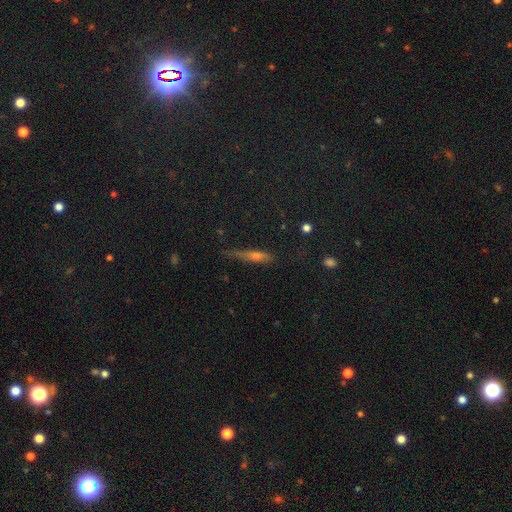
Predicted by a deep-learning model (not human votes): This is marginally a smooth galaxy (45%). Merging: likely none (66%).